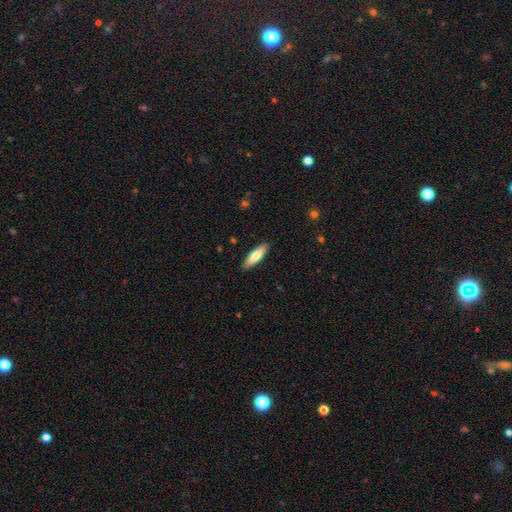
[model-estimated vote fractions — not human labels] Smooth or featured? Predicted: smooth (p=0.72). How rounded? Predicted: cigar-shaped (p=0.58). Merging? Predicted: none (p=0.89).